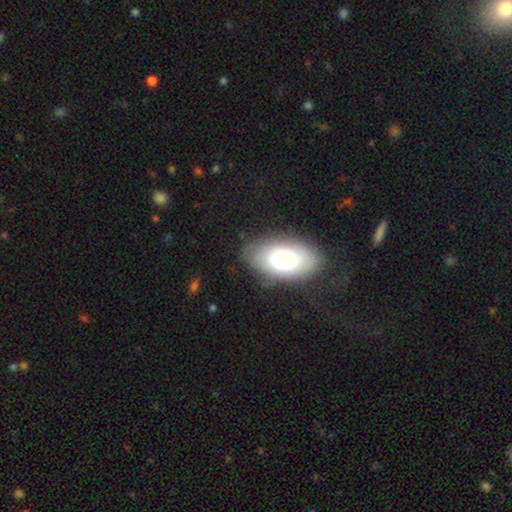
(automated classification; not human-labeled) smooth-or-featured: smooth: 55% | featured or disk: 37% | star or artifact: 8%
  how-rounded: in between: 93% | round: 5% | cigar-shaped: 3%
  merging: none: 74% | minor disturbance: 18% | major disturbance: 6% | merger: 2%